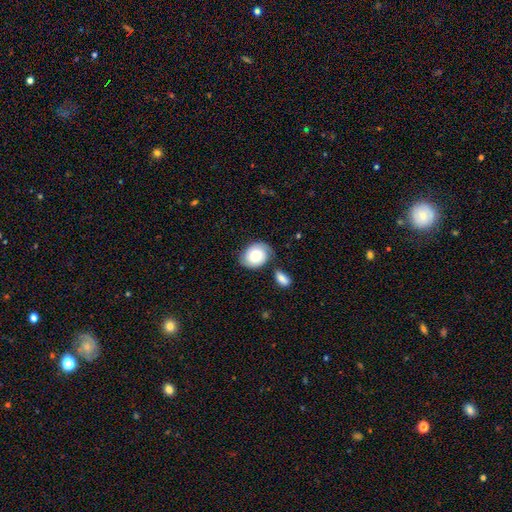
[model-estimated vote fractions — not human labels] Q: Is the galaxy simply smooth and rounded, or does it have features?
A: smooth — 67%.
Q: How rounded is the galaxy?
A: in between — 58%.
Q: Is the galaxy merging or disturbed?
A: none — 63%.